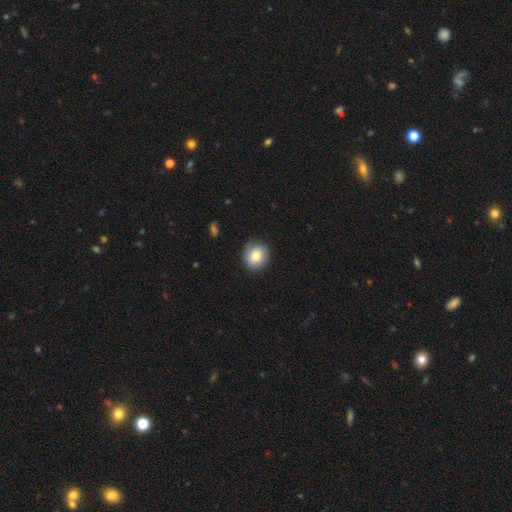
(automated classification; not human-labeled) A smooth galaxy with no disk features (81%) that is round (75%).

Vote fractions:
- Smooth or featured? smooth: 81% / featured or disk: 11% / star or artifact: 8%
- How rounded? round: 75% / in between: 24% / cigar-shaped: 1%
- Merging? none: 84% / minor disturbance: 13% / major disturbance: 2% / merger: 1%